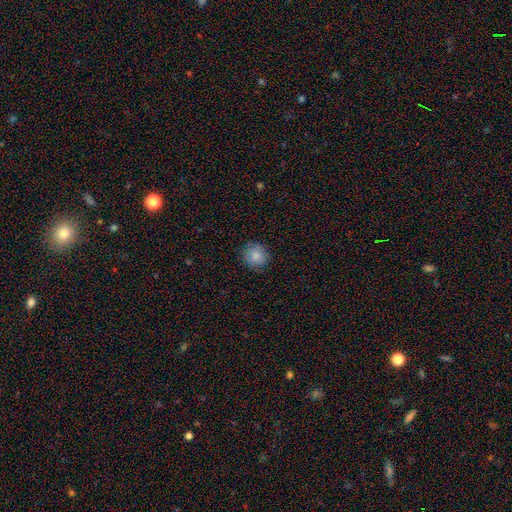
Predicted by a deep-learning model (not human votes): Overall: smooth (85%). How rounded: round (87%). Merging: none (86%).